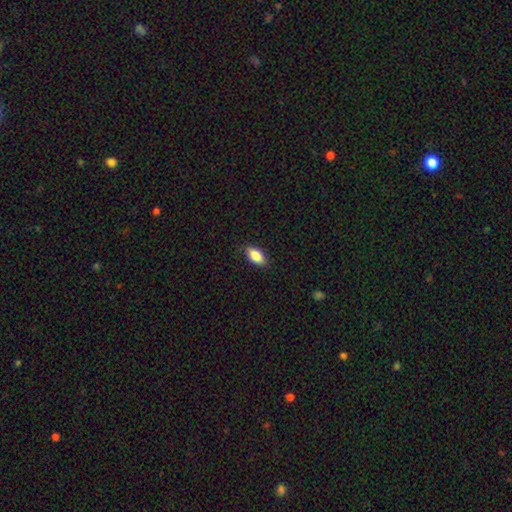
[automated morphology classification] smooth 86%, featured or disk 7%, star or artifact 7%. Down the decision tree: how rounded — in between (90%); merging — none (85%).